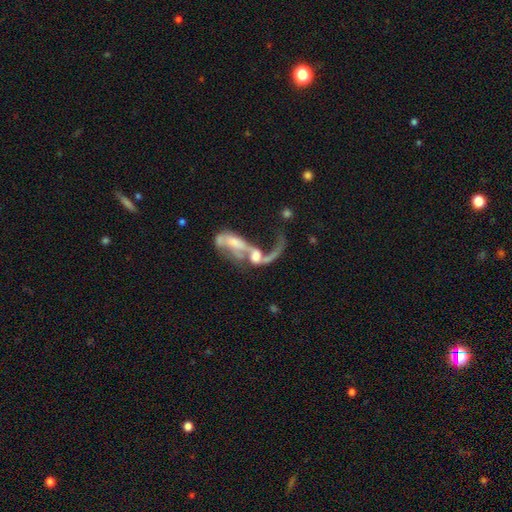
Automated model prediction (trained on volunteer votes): featured or disk 64%, smooth 25%, star or artifact 11%. Down the decision tree: edge-on disk — no (92%); bar — no (66%); spiral arms — no (51%); bulge size — none (33%); merging — merger (57%).